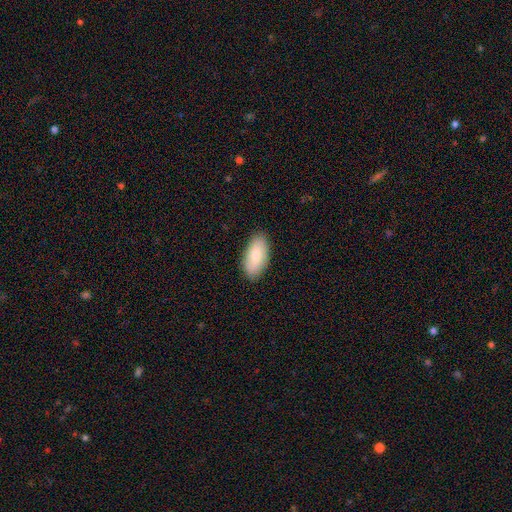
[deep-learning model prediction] Q: Smooth or featured?
A: smooth (80%); runner-up: featured or disk (14%)
Q: How rounded?
A: in between (92%); runner-up: cigar-shaped (5%)
Q: Merging?
A: none (88%); runner-up: minor disturbance (9%)